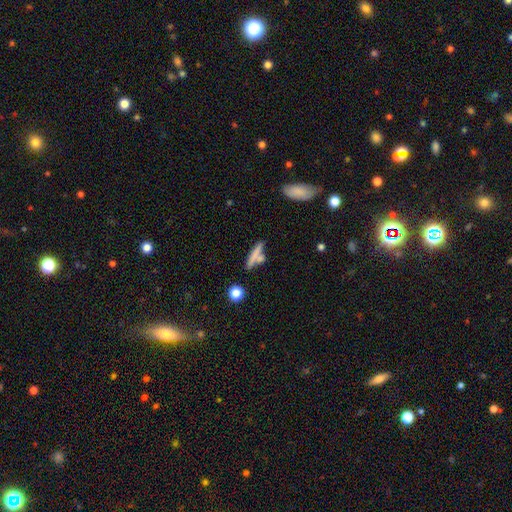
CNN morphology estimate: Smooth or featured: smooth — 64% (featured or disk — 27%)
How rounded: cigar-shaped — 80% (in between — 16%)
Merging: none — 52% (merger — 28%)